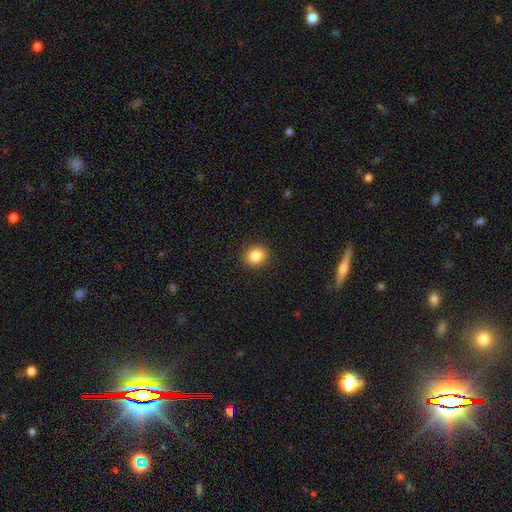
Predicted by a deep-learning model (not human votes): Smooth or featured? smooth (84%)
How rounded? round (76%)
Merging? none (91%)